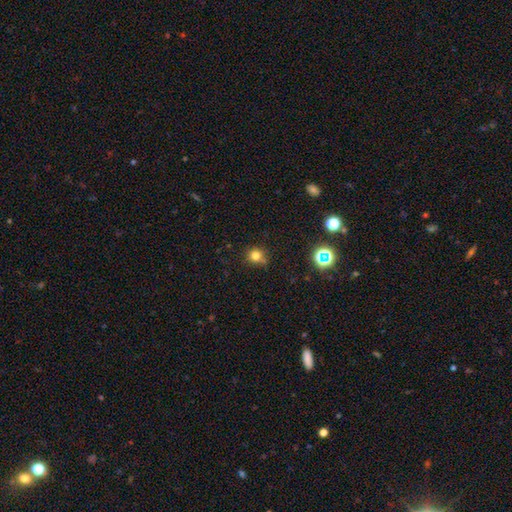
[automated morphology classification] A smooth galaxy with no disk features (77%) that is round (89%).

Vote fractions:
- Smooth or featured? smooth: 77% / star or artifact: 17% / featured or disk: 6%
- How rounded? round: 89% / in between: 10% / cigar-shaped: 1%
- Merging? none: 74% / minor disturbance: 16% / merger: 6% / major disturbance: 4%